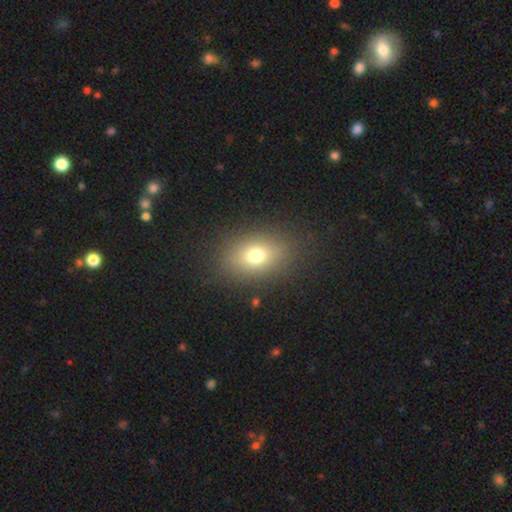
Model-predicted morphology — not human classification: type=smooth (73%); roundness=in between (71%); merging=none (85%).